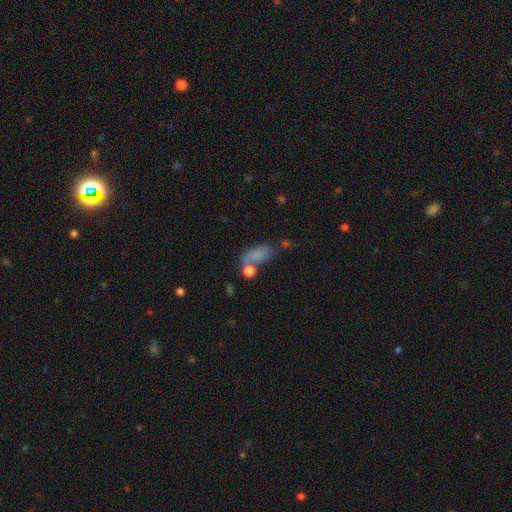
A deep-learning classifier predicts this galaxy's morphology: Overall: smooth (72%). How rounded: in between (80%). Merging: none (41%; merger 24%).